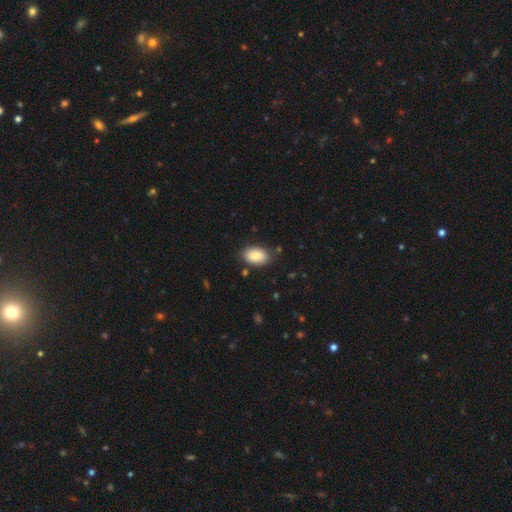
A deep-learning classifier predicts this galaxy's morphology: smooth 86%, featured or disk 7%, star or artifact 7%. Down the decision tree: how rounded — in between (92%); merging — none (82%).